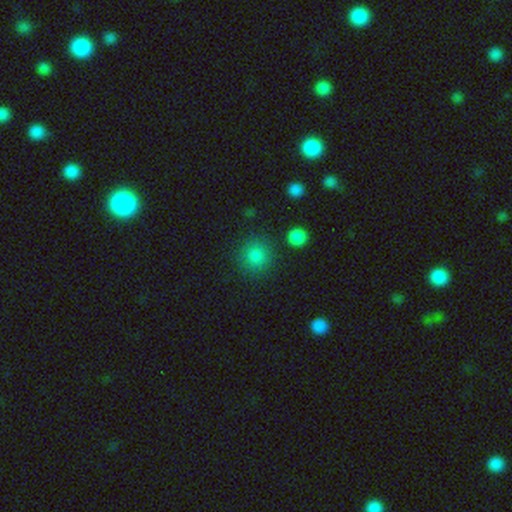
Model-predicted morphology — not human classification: smooth_or_featured: smooth (p=0.84) [alt: star or artifact p=0.11]
how_rounded: round (p=0.92) [alt: in between p=0.07]
merging: none (p=0.87) [alt: minor disturbance p=0.08]